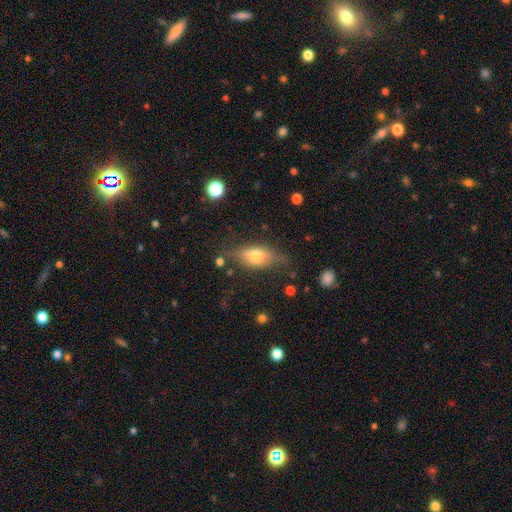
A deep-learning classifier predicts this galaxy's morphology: Smooth or featured? featured or disk (54%)
Edge-on disk? yes (83%)
Merging? none (70%)